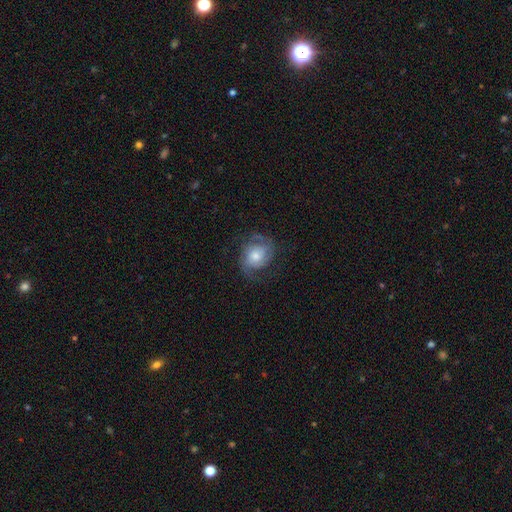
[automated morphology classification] Smooth or featured: featured or disk — 69% (smooth — 24%)
Edge-on disk: no — 98% (yes — 2%)
Bar: no — 72% (weak — 24%)
Spiral arms: yes — 92% (no — 8%)
Spiral winding: medium — 45% (tight — 31%)
Spiral arm count: 2 — 61% (can't tell — 14%)
Bulge size: moderate — 54% (small — 22%)
Merging: none — 63% (minor disturbance — 20%)